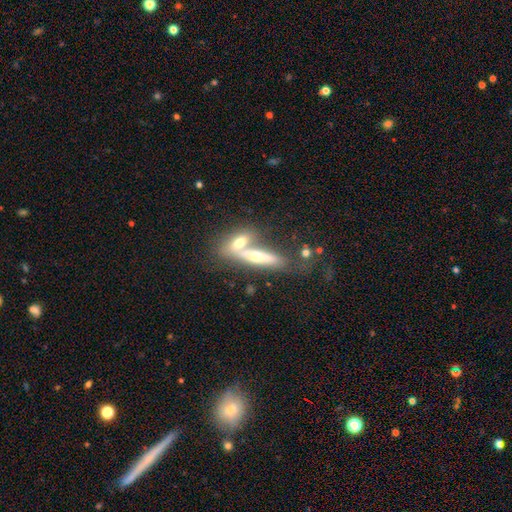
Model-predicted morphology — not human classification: smooth_or_featured: featured or disk (p=0.50) [alt: smooth p=0.38]
disk_edge_on: yes (p=0.67) [alt: no p=0.33]
merging: merger (p=0.48) [alt: none p=0.35]